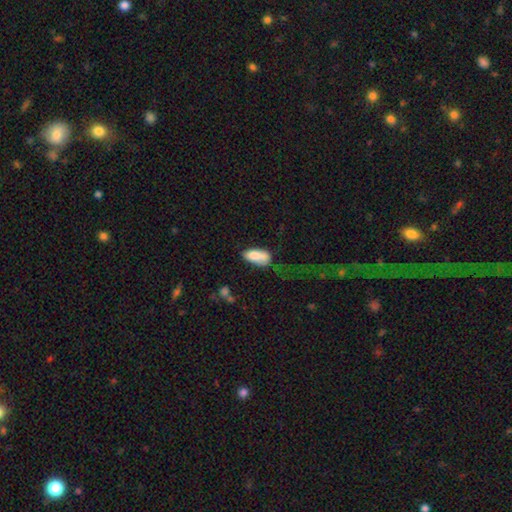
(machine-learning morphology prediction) type=smooth (81%); roundness=in between (90%); merging=none (38%).